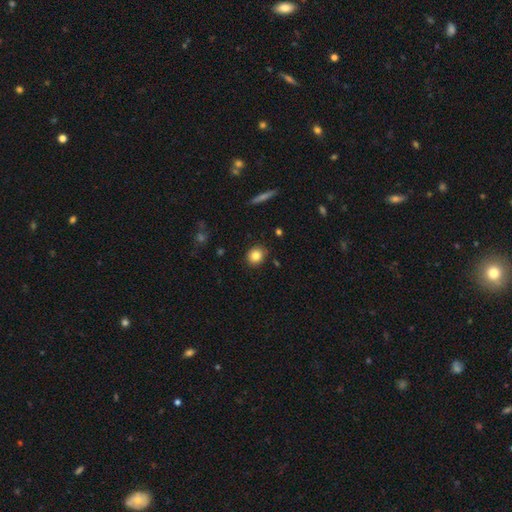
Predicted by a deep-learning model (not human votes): Smooth or featured?
  - smooth: 82% *
  - star or artifact: 10%
  - featured or disk: 8%
How rounded?
  - round: 78% *
  - in between: 21%
  - cigar-shaped: 1%
Merging?
  - none: 87% *
  - minor disturbance: 9%
  - major disturbance: 2%
  - merger: 2%